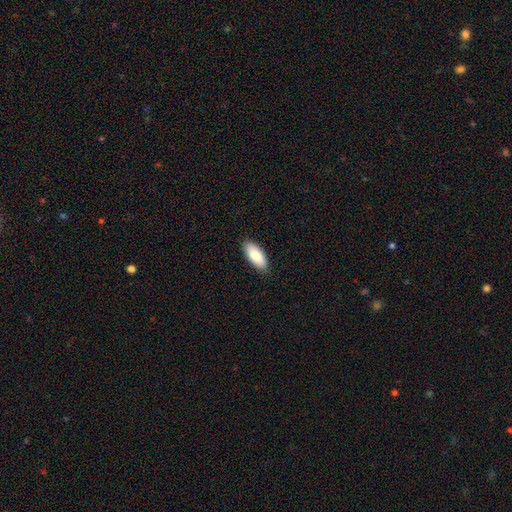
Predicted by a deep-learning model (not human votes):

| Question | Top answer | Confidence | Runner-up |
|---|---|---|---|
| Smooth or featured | smooth | 85% | featured or disk (9%) |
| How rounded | in between | 84% | cigar-shaped (14%) |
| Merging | none | 88% | minor disturbance (10%) |